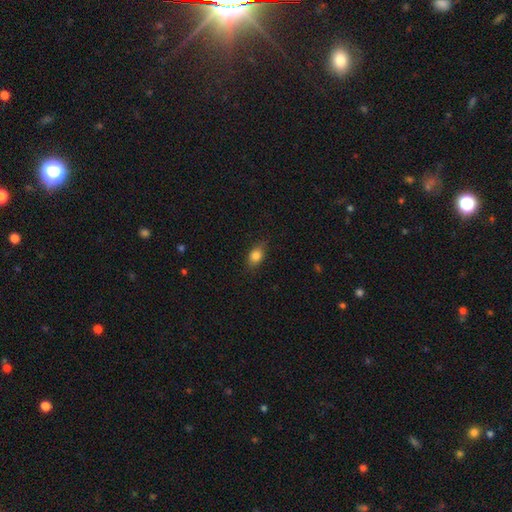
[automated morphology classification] type=smooth (83%); roundness=in between (76%); merging=none (78%).